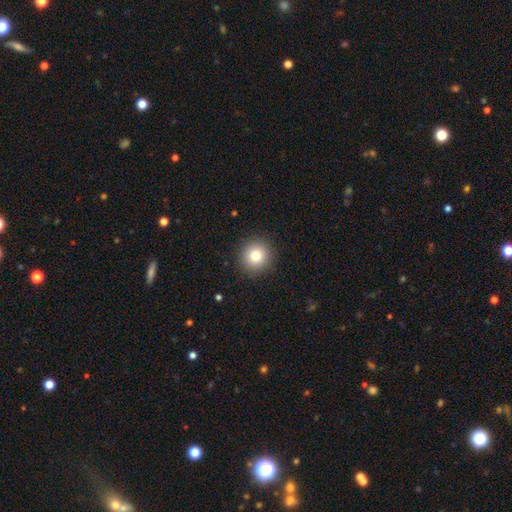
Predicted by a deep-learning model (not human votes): smooth 81%, star or artifact 11%, featured or disk 8%. Down the decision tree: how rounded — round (94%); merging — none (91%).